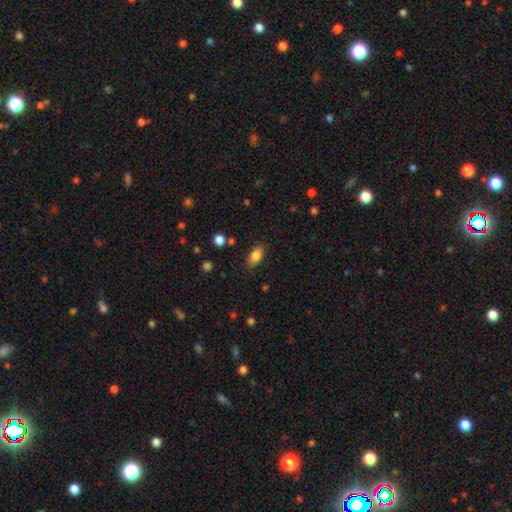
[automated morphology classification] A smooth galaxy with no disk features (84%) that is in between round and cigar-shaped (87%). Merging: none (83%).